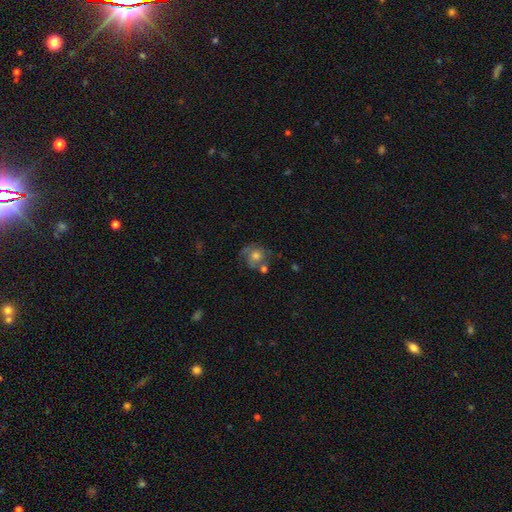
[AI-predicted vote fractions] Q: Smooth or featured?
A: smooth (49%); runner-up: featured or disk (41%)
Q: Merging?
A: none (49%); runner-up: minor disturbance (22%)